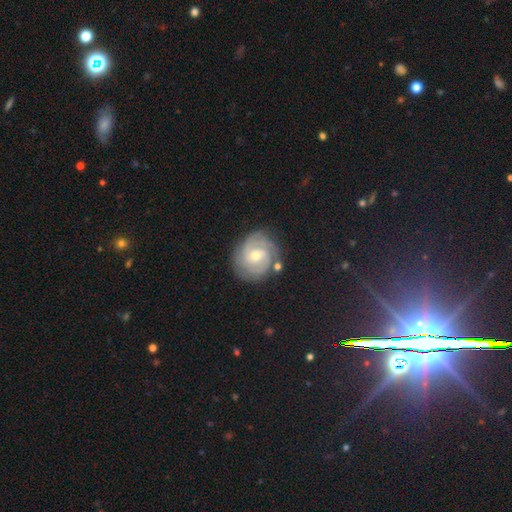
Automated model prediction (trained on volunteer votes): The model was most divided on "bulge size": moderate: 50%, small: 47%, large: 2%, none: 1%, dominant: 1%. Remaining: edge-on disk — no (98%); spiral arms — yes (96%); smooth or featured — featured or disk (81%); merging — none (77%); spiral winding — tight (68%); bar — no (54%); spiral arm count — 2 (35%).